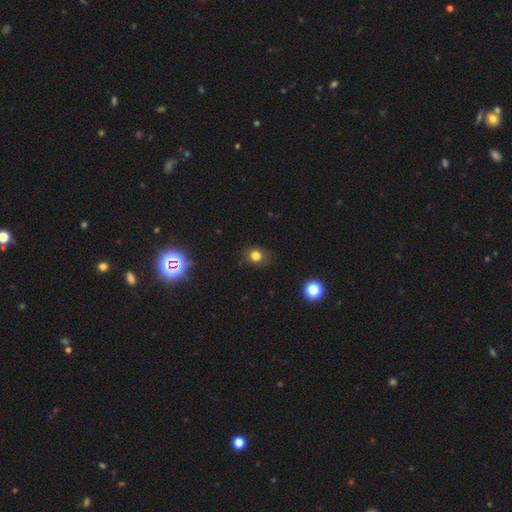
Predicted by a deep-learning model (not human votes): Q: Smooth or featured?
A: smooth (79%); runner-up: star or artifact (15%)
Q: How rounded?
A: round (76%); runner-up: in between (23%)
Q: Merging?
A: none (83%); runner-up: minor disturbance (12%)